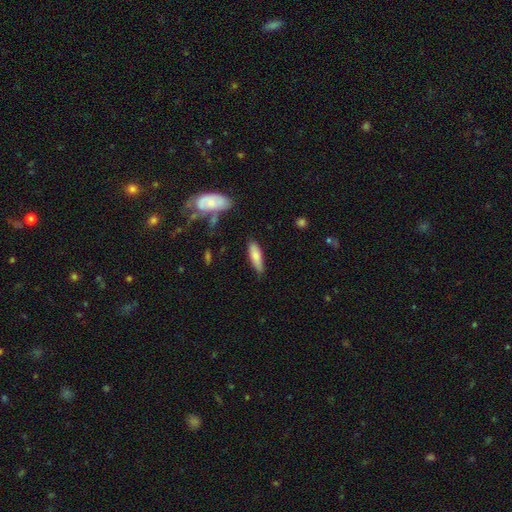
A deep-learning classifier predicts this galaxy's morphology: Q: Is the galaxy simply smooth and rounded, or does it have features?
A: smooth — 76%.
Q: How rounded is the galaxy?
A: cigar-shaped — 53%.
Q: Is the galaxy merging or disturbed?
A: none — 74%.